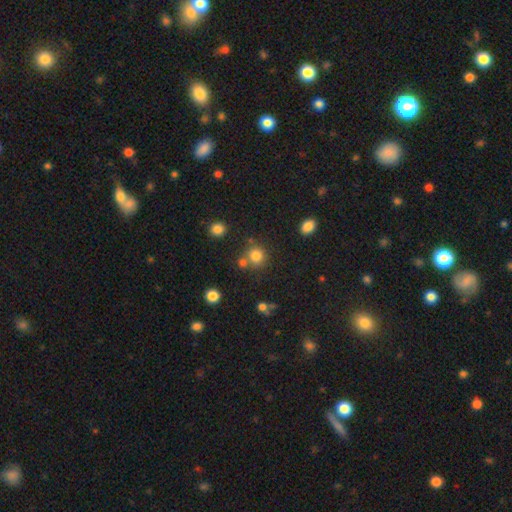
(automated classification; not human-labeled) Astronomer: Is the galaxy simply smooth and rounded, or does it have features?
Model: smooth — 80%.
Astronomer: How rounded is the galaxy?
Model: round — 89%.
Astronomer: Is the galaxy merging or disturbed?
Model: none — 68%.